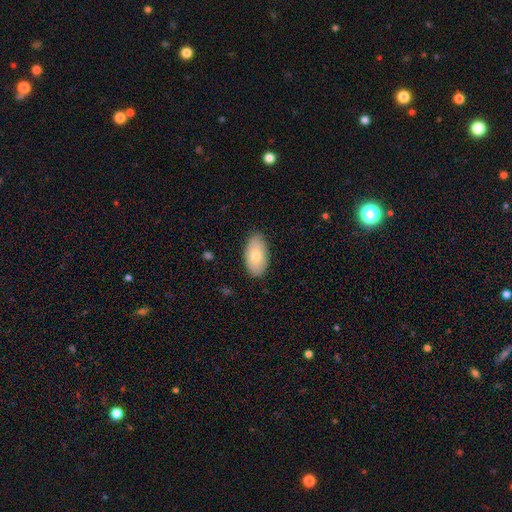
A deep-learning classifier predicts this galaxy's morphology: Smooth or featured? Predicted: smooth (p=0.74). How rounded? Predicted: in between (p=0.94). Merging? Predicted: none (p=0.83).